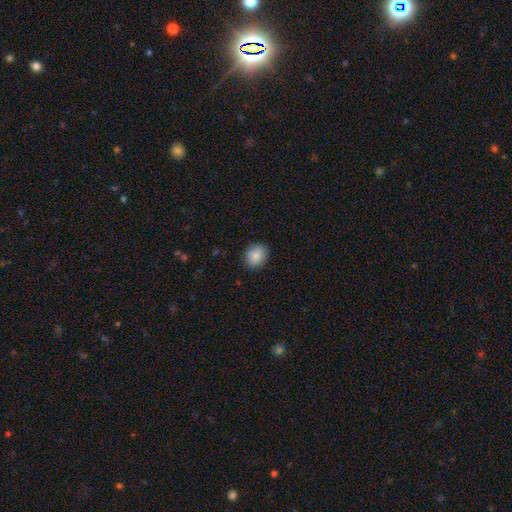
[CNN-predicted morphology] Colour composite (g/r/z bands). It shows a smooth galaxy with no disk features (88%) that is round (65%). Merging: none (88%).